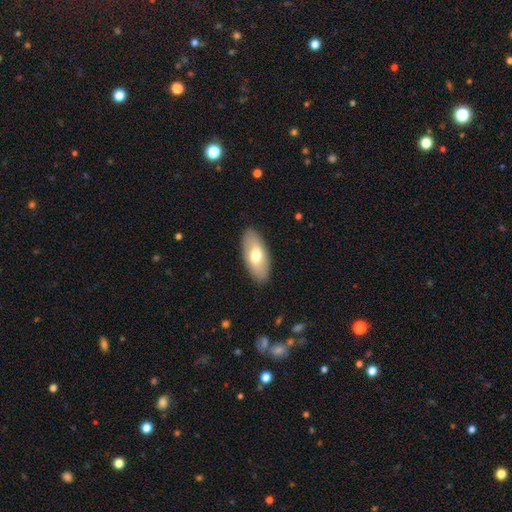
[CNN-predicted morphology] type=smooth (67%); roundness=in between (89%); merging=none (89%).